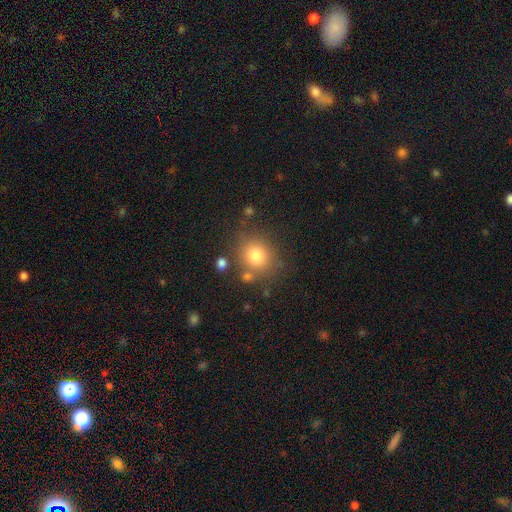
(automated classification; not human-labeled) Morphology: type=smooth (79%); roundness=round (79%); merging=none (74%).